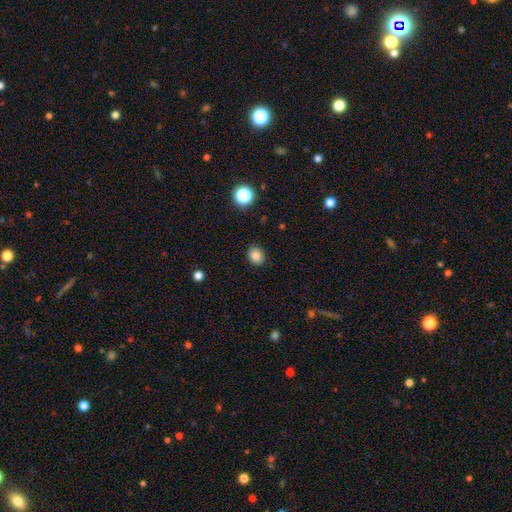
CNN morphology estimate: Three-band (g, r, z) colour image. It shows a smooth galaxy with no disk features (84%) that is round (54%). Merging: none (88%).